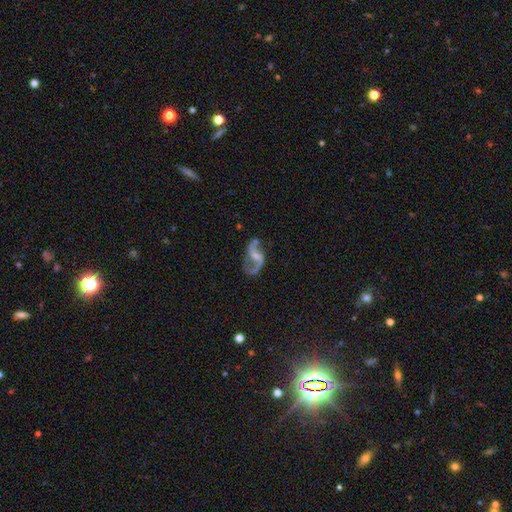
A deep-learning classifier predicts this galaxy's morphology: Smooth or featured: featured or disk — 88% (smooth — 7%)
Edge-on disk: no — 98% (yes — 2%)
Bar: weak — 46% (no — 38%)
Spiral arms: yes — 95% (no — 5%)
Spiral winding: loose — 76% (medium — 20%)
Spiral arm count: 2 — 91% (1 — 4%)
Bulge size: small — 50% (moderate — 30%)
Merging: none — 65% (minor disturbance — 18%)